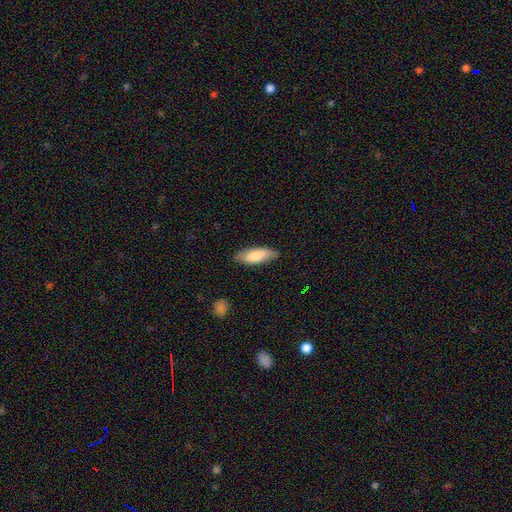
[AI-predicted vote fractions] Smooth or featured? smooth (80%)
How rounded? in between (65%)
Merging? none (82%)